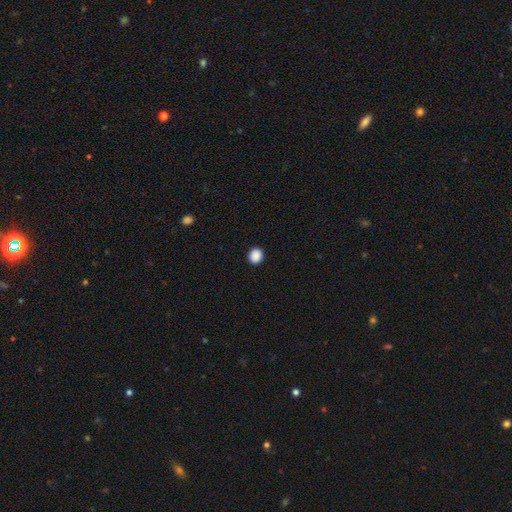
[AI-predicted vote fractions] This is clearly a smooth galaxy (89%). How rounded: likely round (78%). Merging: clearly none (92%).